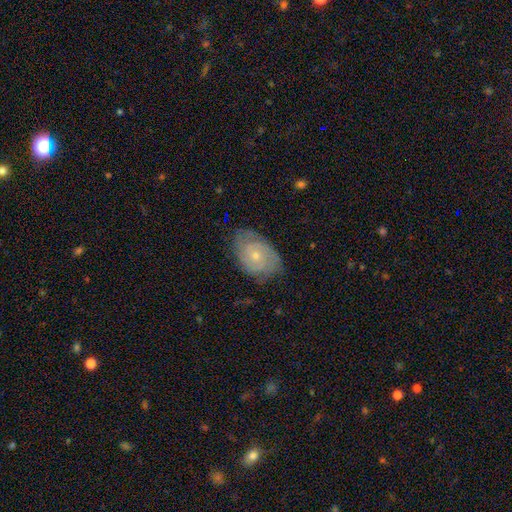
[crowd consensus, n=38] Smooth or featured: featured or disk — 66% (smooth — 29%)
Edge-on disk: no — 88% (yes — 12%)
Bar: no — 82% (weak — 18%)
Spiral arms: yes — 91% (no — 9%)
Spiral winding: tight — 60% (medium — 25%)
Spiral arm count: can't tell — 50% (2 — 25%)
Bulge size: small — 73% (moderate — 27%)
Merging: none — 81% (minor disturbance — 14%)